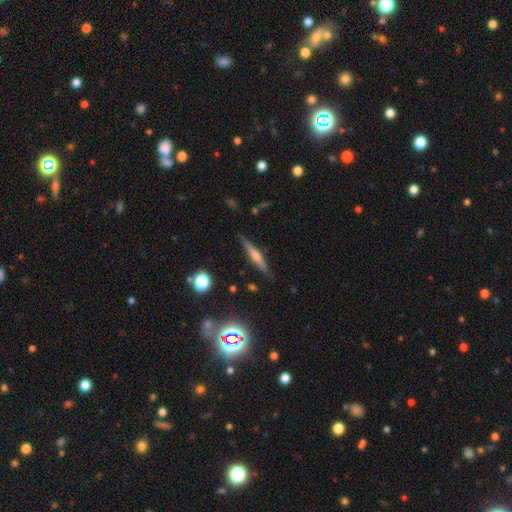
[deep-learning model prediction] smooth_or_featured: featured or disk (p=0.61) [alt: smooth p=0.28]
disk_edge_on: yes (p=0.97) [alt: no p=0.03]
edge_on_bulge: rounded (p=0.71) [alt: none p=0.15]
merging: none (p=0.88) [alt: minor disturbance p=0.09]